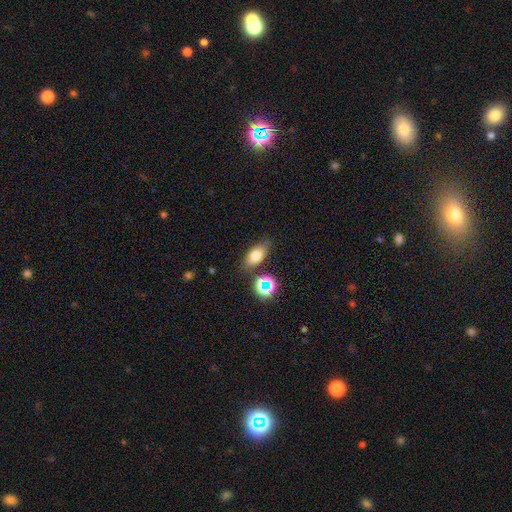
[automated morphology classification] Smooth or featured: smooth — 72% (featured or disk — 14%)
How rounded: in between — 83% (round — 12%)
Merging: none — 76% (minor disturbance — 14%)